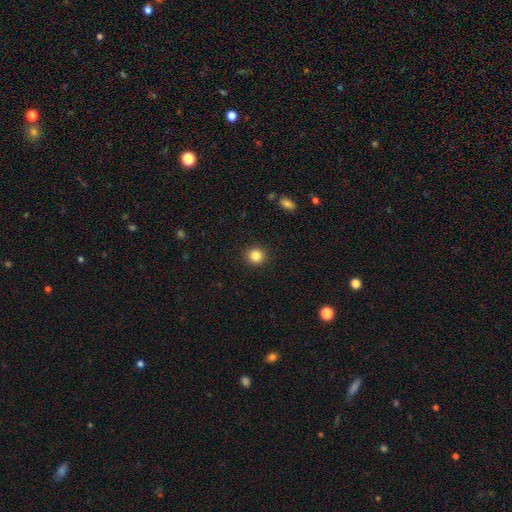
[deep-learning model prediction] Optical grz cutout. It shows a smooth galaxy with no disk features (84%) that is round (89%). Merging: none (92%).